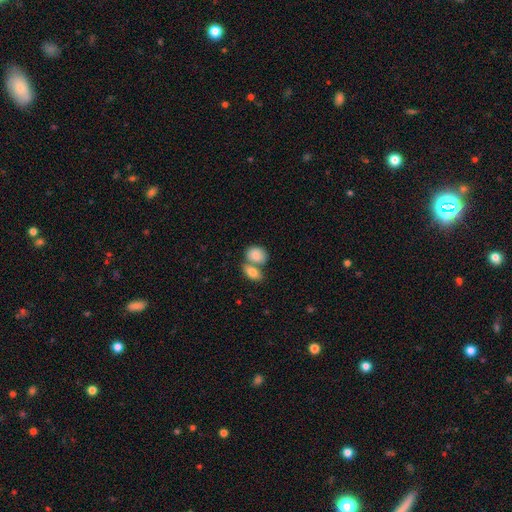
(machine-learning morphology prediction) A smooth galaxy with no disk features (85%) that is in between round and cigar-shaped (71%).

Vote fractions:
- Smooth or featured? smooth: 85% / featured or disk: 9% / star or artifact: 6%
- How rounded? in between: 71% / round: 27% / cigar-shaped: 2%
- Merging? merger: 55% / none: 33% / minor disturbance: 9% / major disturbance: 3%